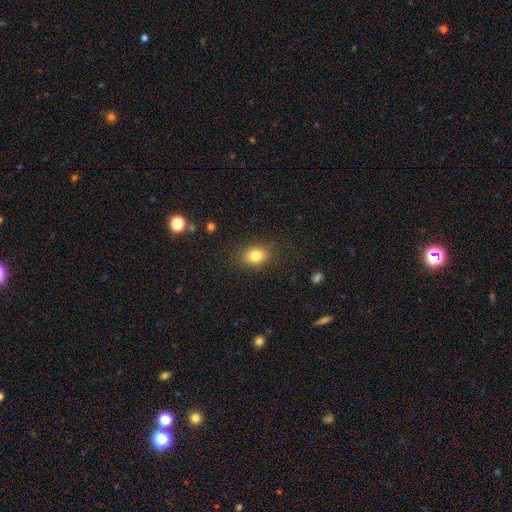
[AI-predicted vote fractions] Overall: smooth (81%). How rounded: in between (61%; round 38%). Merging: none (83%).